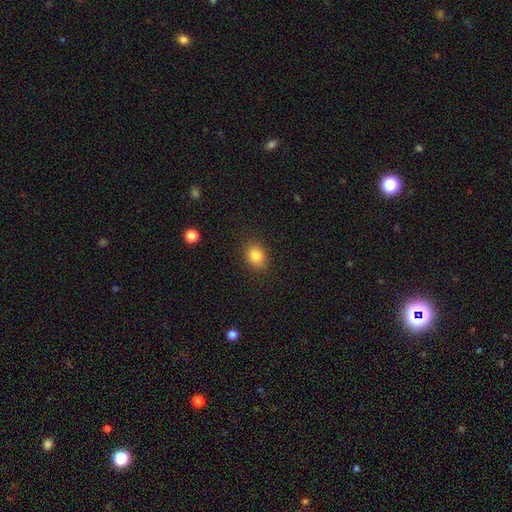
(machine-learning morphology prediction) Q: Smooth or featured?
A: smooth (83%); runner-up: star or artifact (10%)
Q: How rounded?
A: round (51%); runner-up: in between (48%)
Q: Merging?
A: none (85%); runner-up: minor disturbance (11%)